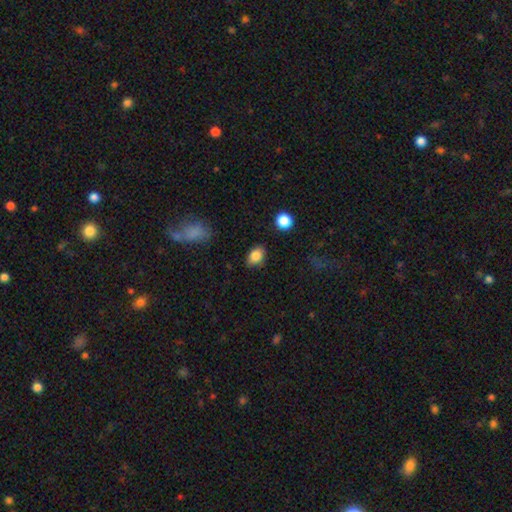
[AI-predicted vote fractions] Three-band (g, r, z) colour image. It shows a smooth galaxy with no disk features (84%) that is in between round and cigar-shaped (79%). Merging: none (83%).